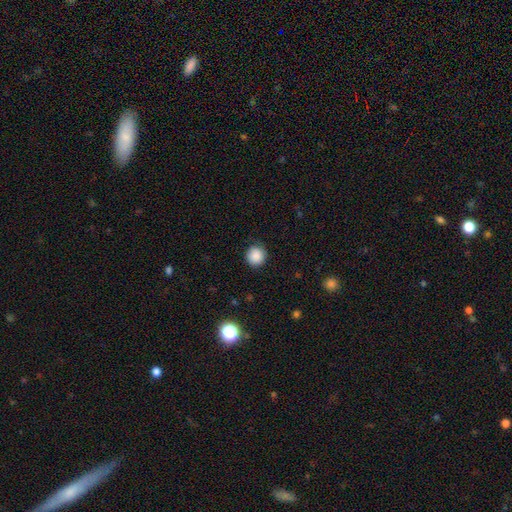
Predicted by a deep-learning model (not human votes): Overall: smooth (87%). How rounded: round (92%). Merging: none (89%).